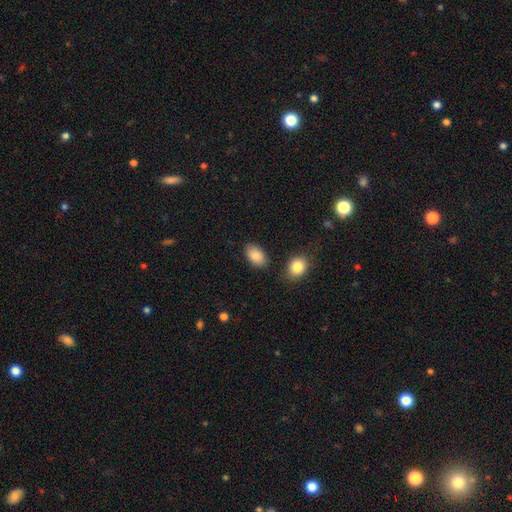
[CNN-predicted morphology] A smooth galaxy with no disk features (88%) that is in between round and cigar-shaped (91%).

Vote fractions:
- Smooth or featured? smooth: 88% / star or artifact: 7% / featured or disk: 6%
- How rounded? in between: 91% / round: 8% / cigar-shaped: 1%
- Merging? none: 81% / minor disturbance: 11% / merger: 5% / major disturbance: 3%